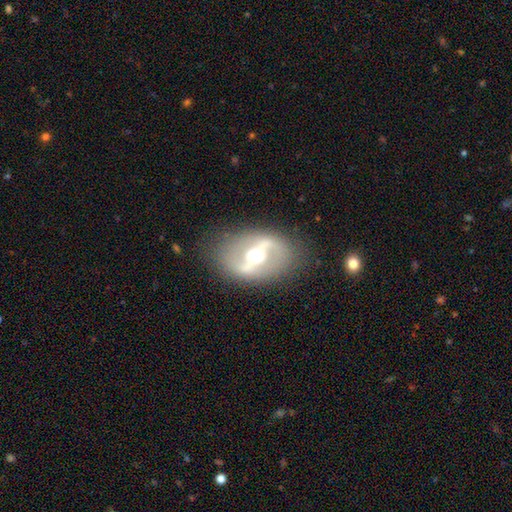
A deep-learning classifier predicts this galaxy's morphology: A featured or disk galaxy (77%) with a strong bar (57%), no spiral arms (53%) and a moderate central bulge (71%).

Vote fractions:
- Smooth or featured? featured or disk: 77% / smooth: 17% / star or artifact: 6%
- Edge-on disk? no: 92% / yes: 8%
- Bar? strong: 57% / weak: 29% / no: 14%
- Spiral arms? no: 53% / yes: 47%
- Bulge size? moderate: 71% / large: 14% / small: 12% / dominant: 2% / none: 1%
- Merging? none: 79% / minor disturbance: 13% / major disturbance: 7% / merger: 2%